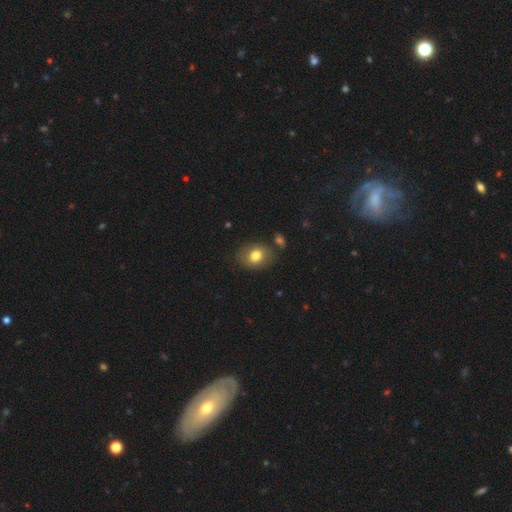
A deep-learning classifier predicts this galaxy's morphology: smooth 78%, featured or disk 13%, star or artifact 9%. Down the decision tree: how rounded — in between (60%); merging — none (79%).